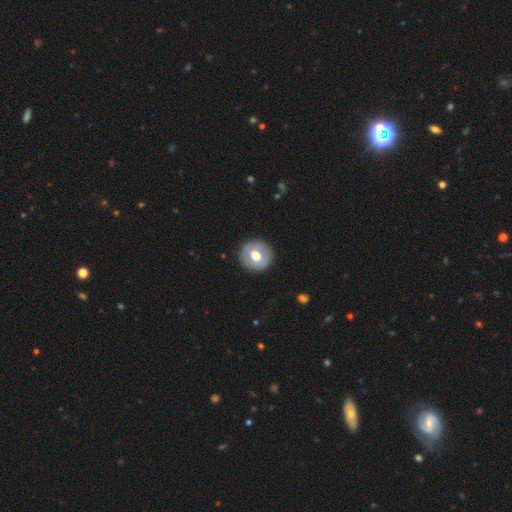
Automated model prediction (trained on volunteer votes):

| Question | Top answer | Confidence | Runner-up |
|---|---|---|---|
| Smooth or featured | smooth | 58% | featured or disk (36%) |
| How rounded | round | 92% | in between (7%) |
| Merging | none | 89% | minor disturbance (7%) |